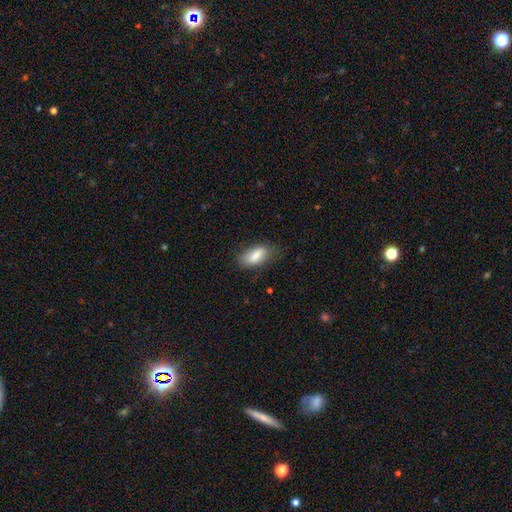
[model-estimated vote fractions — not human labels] smooth 81%, featured or disk 12%, star or artifact 7%. Down the decision tree: how rounded — in between (86%); merging — none (70%).